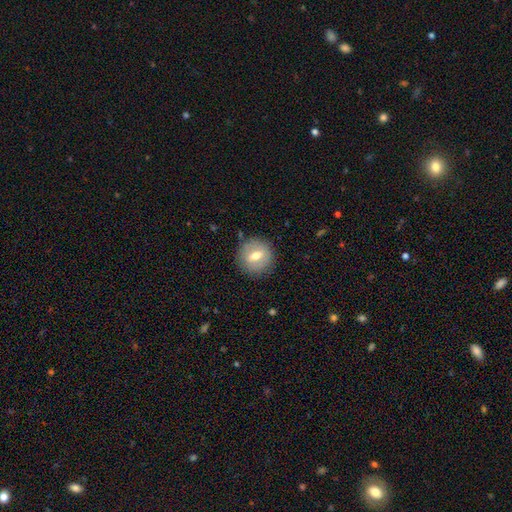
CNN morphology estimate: smooth 52%, featured or disk 39%, star or artifact 8%. Down the decision tree: how rounded — round (89%); merging — none (85%).